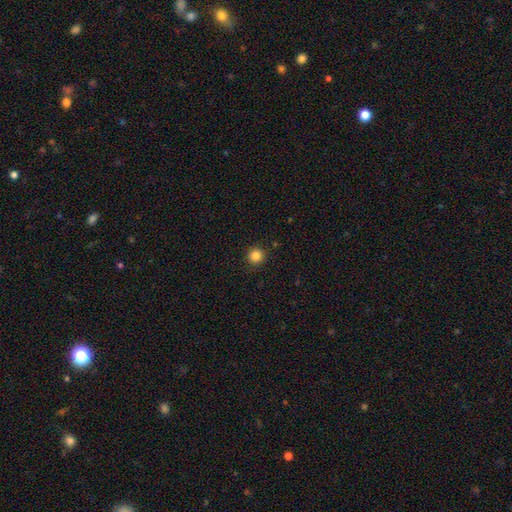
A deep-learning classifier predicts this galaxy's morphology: Smooth or featured: smooth — 85% (star or artifact — 12%)
How rounded: round — 95% (in between — 4%)
Merging: none — 91% (minor disturbance — 6%)